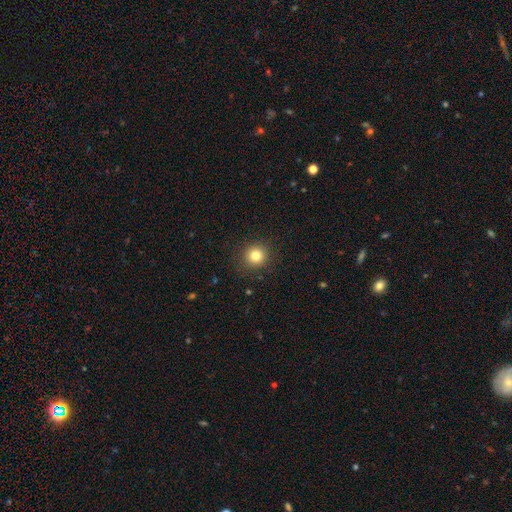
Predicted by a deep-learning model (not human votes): This is clearly a smooth galaxy (81%). How rounded: clearly round (91%). Merging: clearly none (90%).